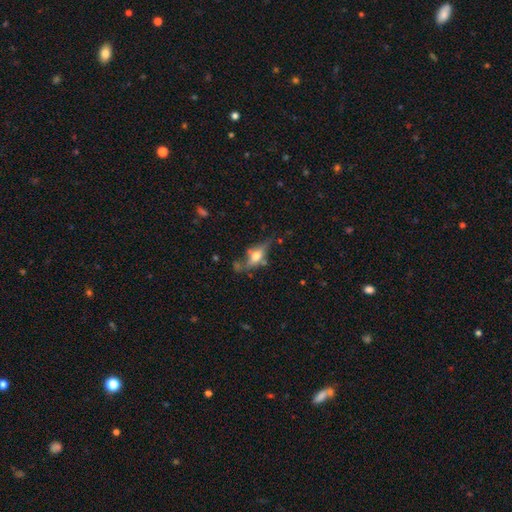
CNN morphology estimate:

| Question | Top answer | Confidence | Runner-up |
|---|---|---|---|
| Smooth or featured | featured or disk | 59% | smooth (33%) |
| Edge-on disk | yes | 83% | no (17%) |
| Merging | none | 63% | minor disturbance (20%) |